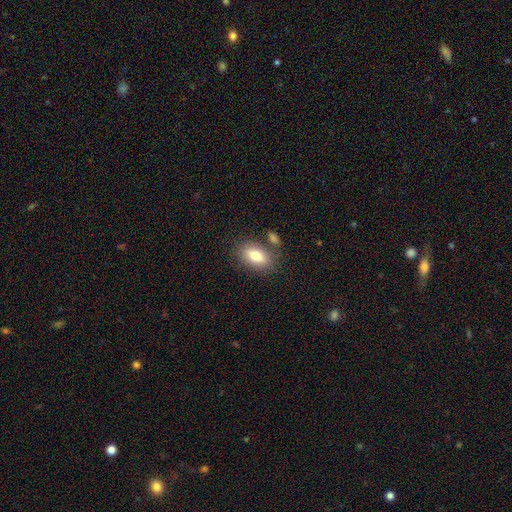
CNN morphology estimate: Smooth or featured?
  - smooth: 79% *
  - featured or disk: 13%
  - star or artifact: 7%
How rounded?
  - in between: 88% *
  - round: 7%
  - cigar-shaped: 6%
Merging?
  - none: 74% *
  - minor disturbance: 13%
  - merger: 10%
  - major disturbance: 4%